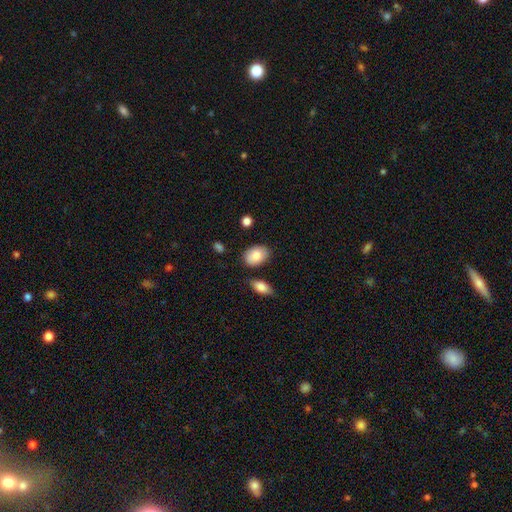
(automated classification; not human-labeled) Q: Smooth or featured?
A: smooth (86%); runner-up: featured or disk (8%)
Q: How rounded?
A: in between (84%); runner-up: round (15%)
Q: Merging?
A: none (79%); runner-up: minor disturbance (14%)